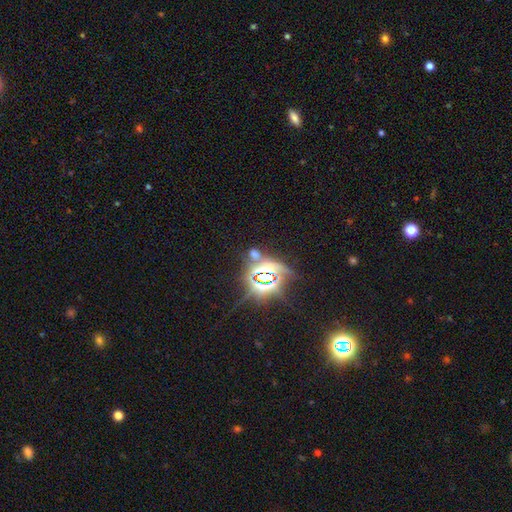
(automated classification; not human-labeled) A star or artifact, not a galaxy (82%).

Vote fractions:
- Smooth or featured? star or artifact: 82% / smooth: 10% / featured or disk: 9%